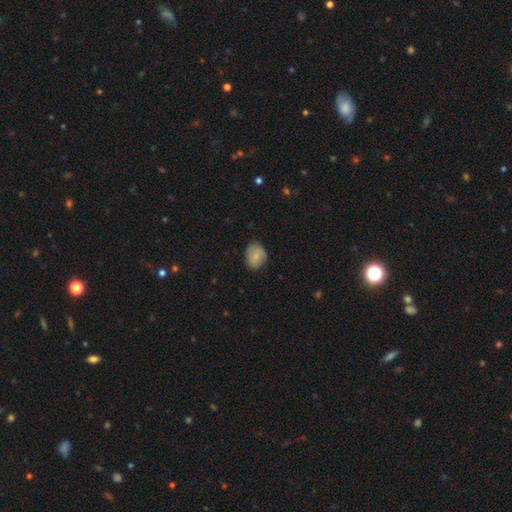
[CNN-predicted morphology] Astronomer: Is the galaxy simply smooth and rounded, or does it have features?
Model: smooth — 77%.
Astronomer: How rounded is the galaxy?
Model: in between — 53% (runner-up: round, 46%).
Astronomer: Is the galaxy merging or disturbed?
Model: none — 74%.